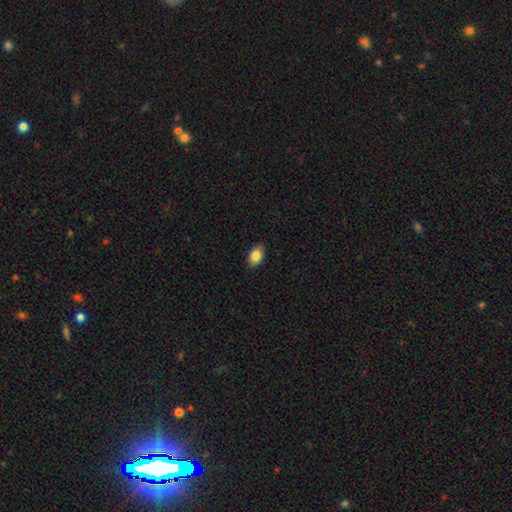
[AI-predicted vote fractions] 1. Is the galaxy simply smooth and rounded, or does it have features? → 84% smooth, 8% featured or disk, 7% star or artifact.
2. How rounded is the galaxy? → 91% in between, 7% round, 2% cigar-shaped.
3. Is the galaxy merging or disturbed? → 89% none, 8% minor disturbance, 2% major disturbance, 1% merger.